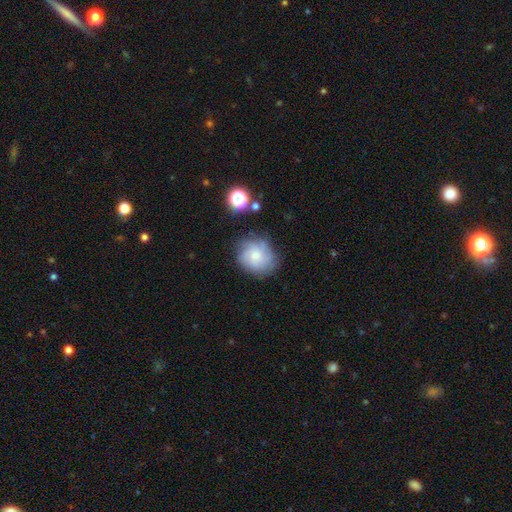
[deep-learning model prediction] A featured or disk galaxy (45%).

Vote fractions:
- Smooth or featured? featured or disk: 45% / smooth: 44% / star or artifact: 12%
- Merging? none: 72% / minor disturbance: 19% / major disturbance: 7% / merger: 3%